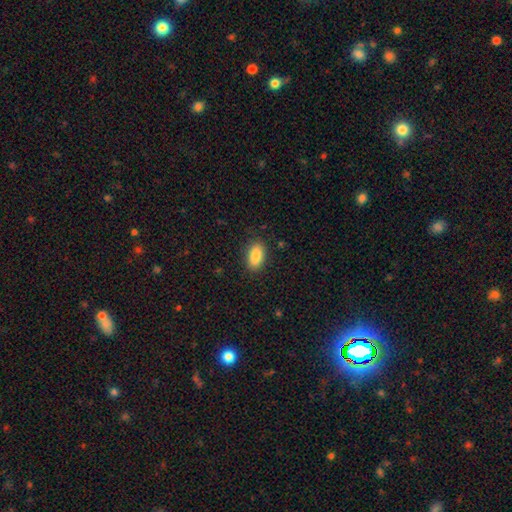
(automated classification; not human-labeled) Smooth or featured? smooth (87%)
How rounded? in between (92%)
Merging? none (85%)